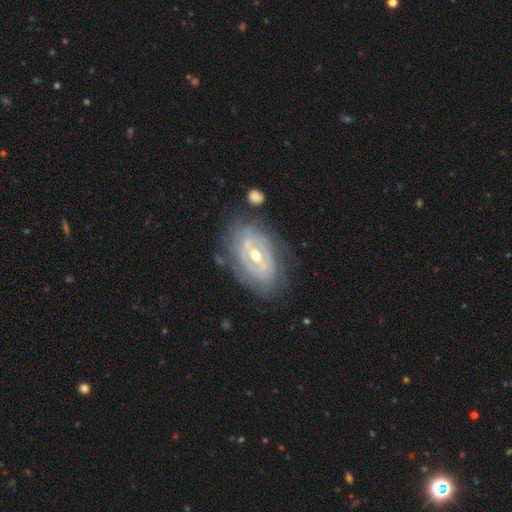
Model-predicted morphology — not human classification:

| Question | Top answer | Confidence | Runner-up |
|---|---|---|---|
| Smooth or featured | featured or disk | 83% | smooth (12%) |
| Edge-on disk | no | 94% | yes (6%) |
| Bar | weak | 44% | strong (30%) |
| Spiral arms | yes | 77% | no (23%) |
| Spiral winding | tight | 70% | medium (22%) |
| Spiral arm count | can't tell | 46% | 2 (32%) |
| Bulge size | moderate | 67% | small (28%) |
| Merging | none | 72% | minor disturbance (18%) |